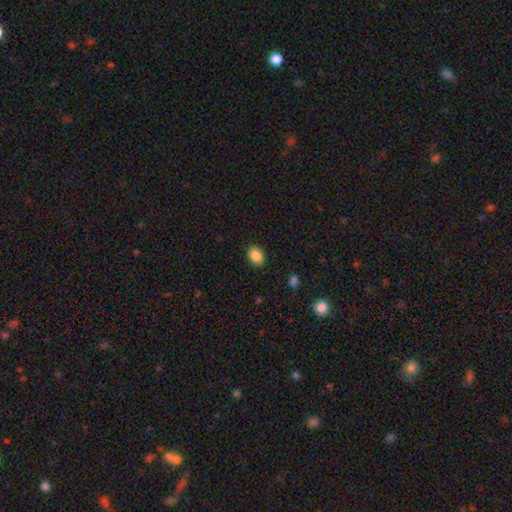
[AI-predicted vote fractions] Smooth or featured: smooth — 88% (star or artifact — 9%)
How rounded: in between — 66% (round — 33%)
Merging: none — 87% (minor disturbance — 10%)